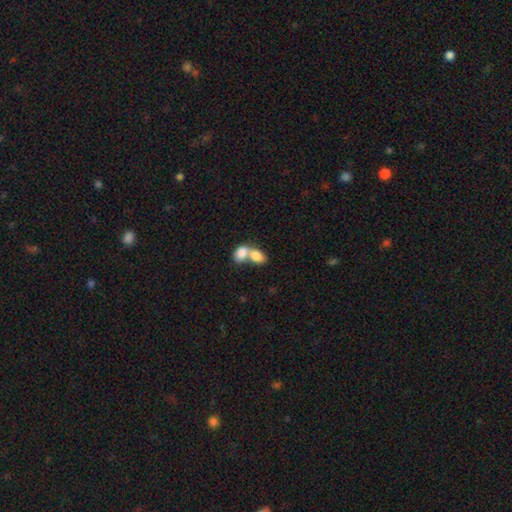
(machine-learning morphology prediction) Smooth or featured? smooth (80%)
How rounded? in between (82%)
Merging? merger (76%)